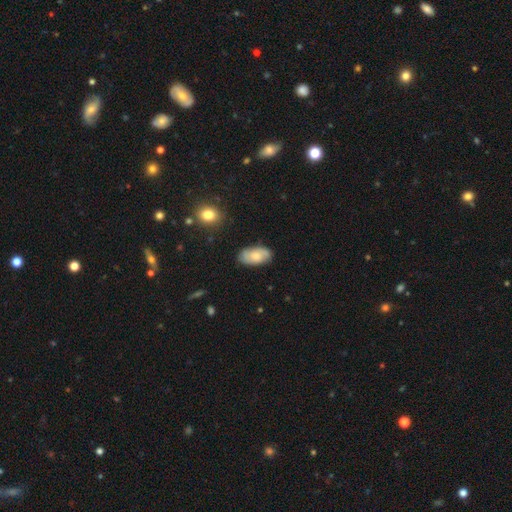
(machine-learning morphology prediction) Smooth or featured? smooth (55%)
How rounded? in between (93%)
Merging? none (80%)